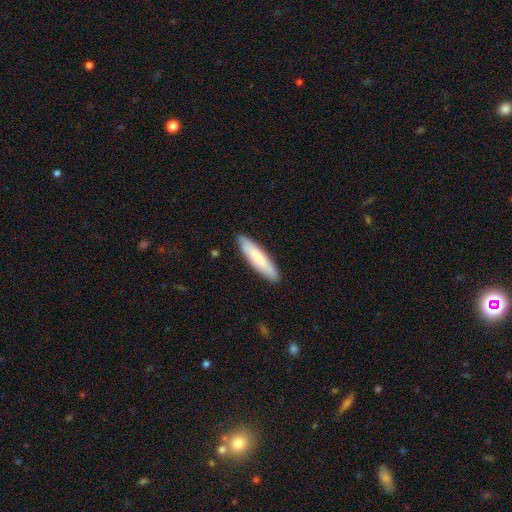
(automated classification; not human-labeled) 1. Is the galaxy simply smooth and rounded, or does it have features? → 77% smooth, 18% featured or disk, 5% star or artifact.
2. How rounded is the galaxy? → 77% cigar-shaped, 22% in between, 1% round.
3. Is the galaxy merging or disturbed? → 88% none, 9% minor disturbance, 2% major disturbance, 1% merger.